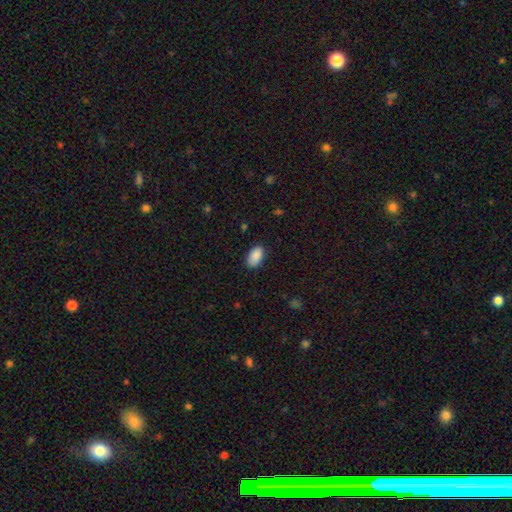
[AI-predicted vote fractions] Q: Smooth or featured?
A: smooth (89%); runner-up: star or artifact (7%)
Q: How rounded?
A: in between (94%); runner-up: round (4%)
Q: Merging?
A: none (83%); runner-up: minor disturbance (13%)